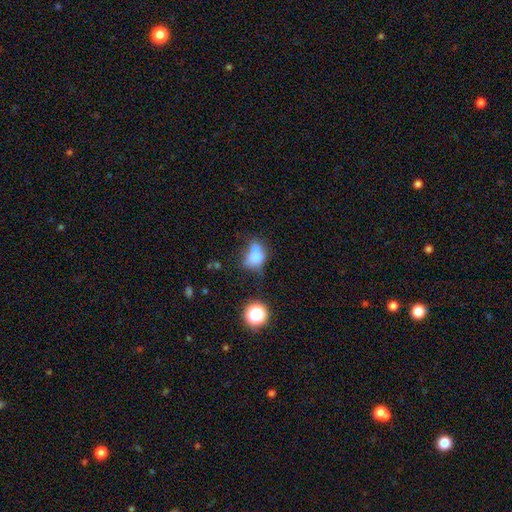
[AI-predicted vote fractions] This is likely a smooth galaxy (66%). How rounded: possibly in between (58%). Merging: possibly merger (52%).